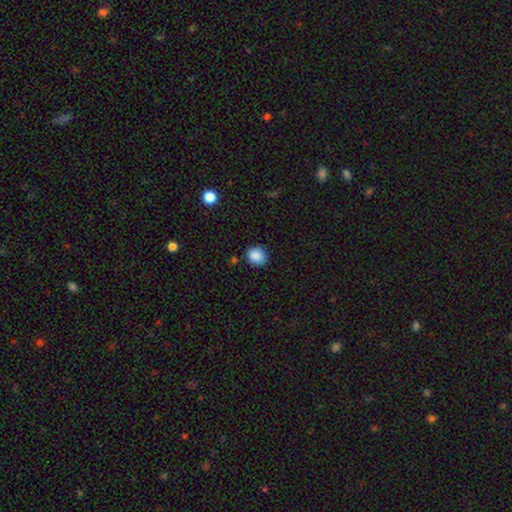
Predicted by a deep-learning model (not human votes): smooth-or-featured: smooth: 88% | star or artifact: 9% | featured or disk: 3%
  how-rounded: round: 68% | in between: 31% | cigar-shaped: 1%
  merging: none: 82% | minor disturbance: 13% | major disturbance: 3% | merger: 2%